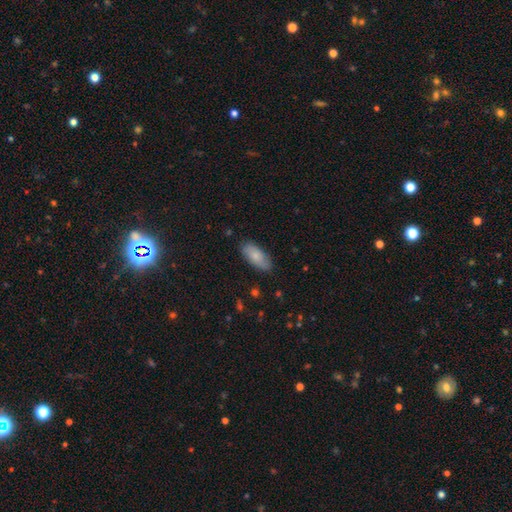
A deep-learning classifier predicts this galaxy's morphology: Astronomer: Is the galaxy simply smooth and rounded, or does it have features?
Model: smooth — 81%.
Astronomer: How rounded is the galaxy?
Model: in between — 86%.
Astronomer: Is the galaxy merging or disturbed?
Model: none — 83%.